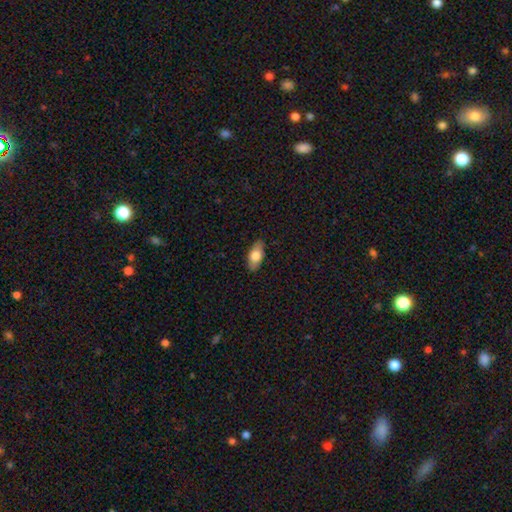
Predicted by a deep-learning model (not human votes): Smooth or featured: smooth — 74% (featured or disk — 20%)
How rounded: in between — 88% (cigar-shaped — 8%)
Merging: none — 86% (minor disturbance — 11%)